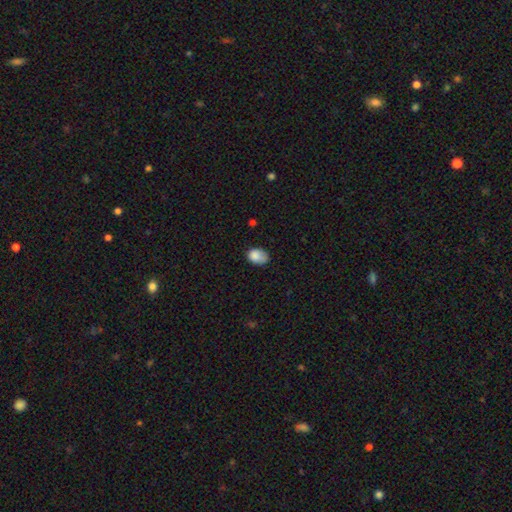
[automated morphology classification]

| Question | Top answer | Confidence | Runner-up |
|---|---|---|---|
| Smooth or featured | smooth | 84% | star or artifact (9%) |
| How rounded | in between | 76% | round (23%) |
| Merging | none | 56% | minor disturbance (33%) |